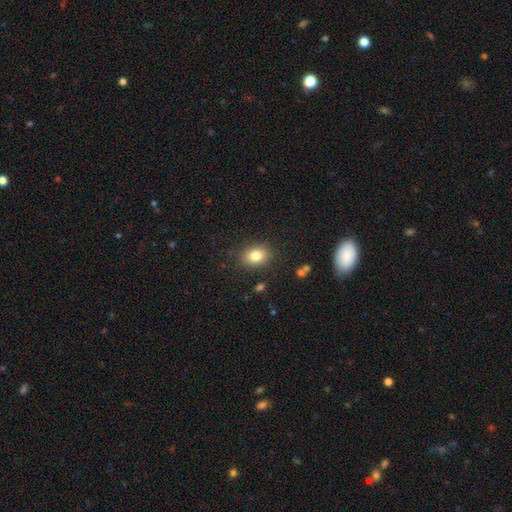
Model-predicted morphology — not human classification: smooth 82%, star or artifact 10%, featured or disk 8%. Down the decision tree: how rounded — in between (62%); merging — none (86%).